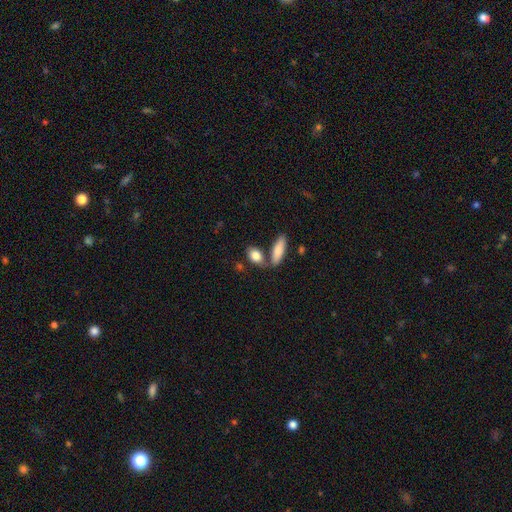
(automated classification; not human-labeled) This is clearly a smooth galaxy (84%). How rounded: likely in between (78%). Merging: possibly none (58%).